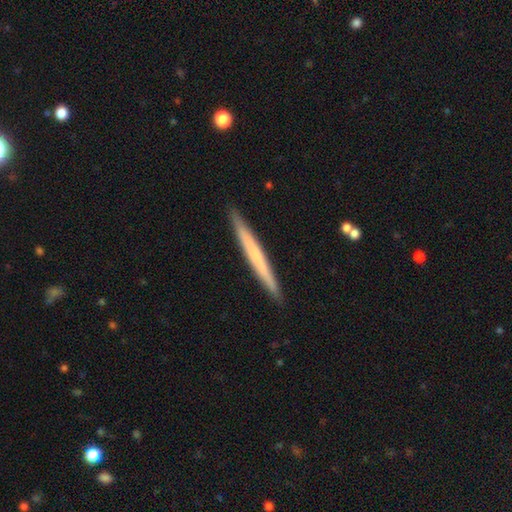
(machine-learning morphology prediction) smooth 51%, featured or disk 43%, star or artifact 5%. Down the decision tree: how rounded — cigar-shaped (97%); merging — none (92%).